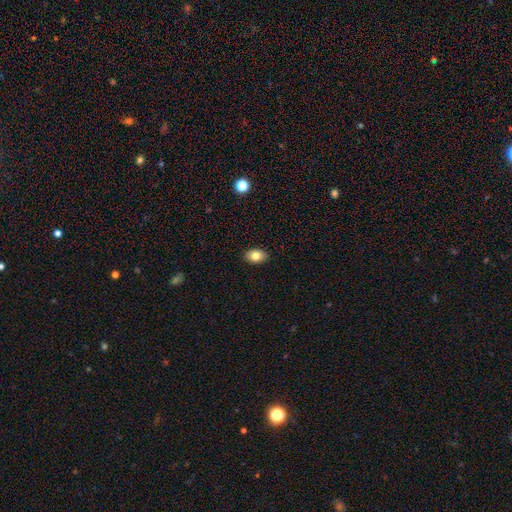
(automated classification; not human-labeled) A smooth galaxy with no disk features (81%) that is in between round and cigar-shaped (85%). Merging: none (89%).